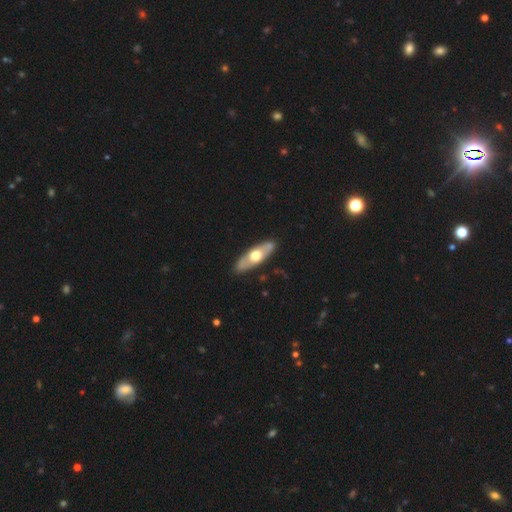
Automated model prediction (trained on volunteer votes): The model was most divided on "edge-on disk": yes: 54%, no: 46%. More confident: merging — none (88%); smooth or featured — featured or disk (52%).